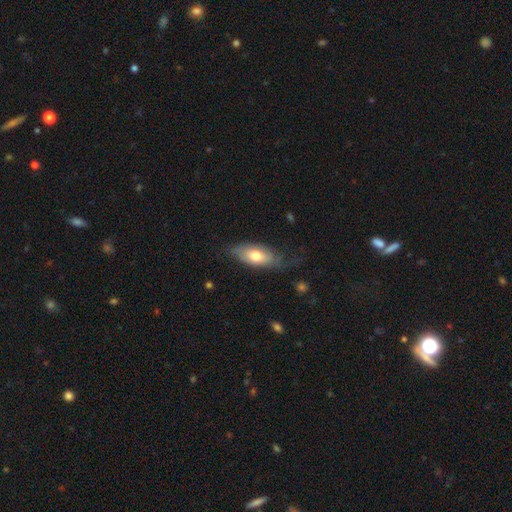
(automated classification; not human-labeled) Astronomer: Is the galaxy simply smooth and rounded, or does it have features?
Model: smooth — 64%.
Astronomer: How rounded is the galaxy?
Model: in between — 85%.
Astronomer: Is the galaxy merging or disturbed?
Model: none — 55%.